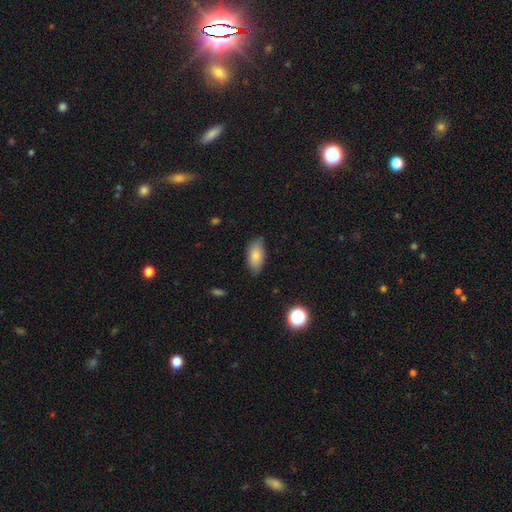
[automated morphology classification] type=smooth (83%); roundness=in between (92%); merging=none (78%).